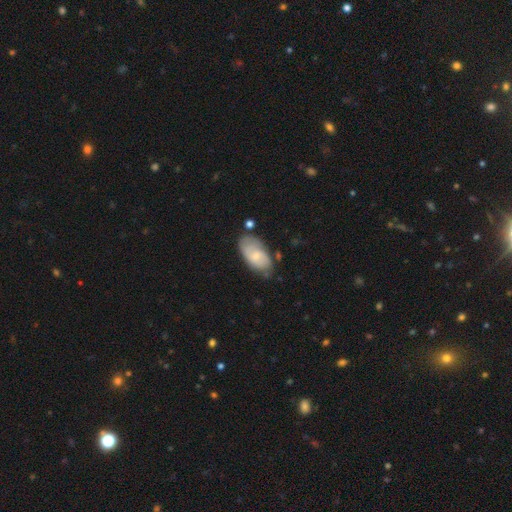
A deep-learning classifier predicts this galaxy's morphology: A smooth galaxy with no disk features (57%) that is in between round and cigar-shaped (93%).

Vote fractions:
- Smooth or featured? smooth: 57% / featured or disk: 36% / star or artifact: 6%
- How rounded? in between: 93% / round: 4% / cigar-shaped: 3%
- Merging? none: 60% / minor disturbance: 28% / major disturbance: 7% / merger: 5%